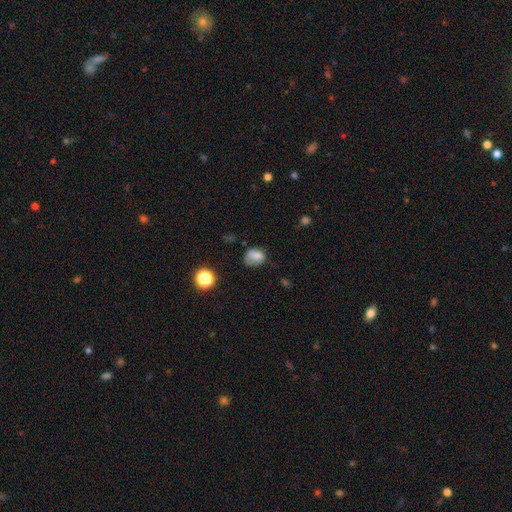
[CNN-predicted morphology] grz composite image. It shows a smooth galaxy with no disk features (75%) that is in between round and cigar-shaped (56%). Merging: none (43%).